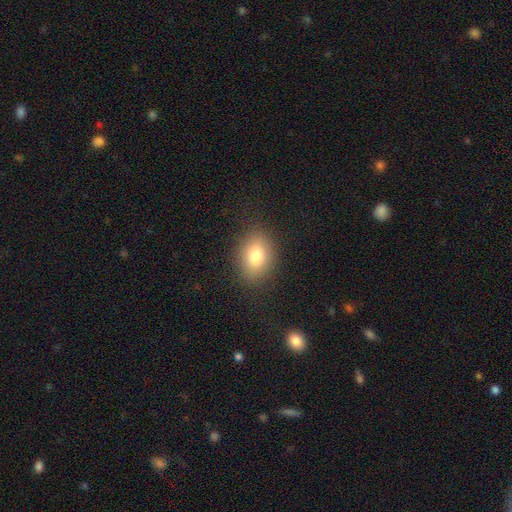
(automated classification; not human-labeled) A smooth galaxy with no disk features (80%) that is in between round and cigar-shaped (63%). Merging: none (86%).